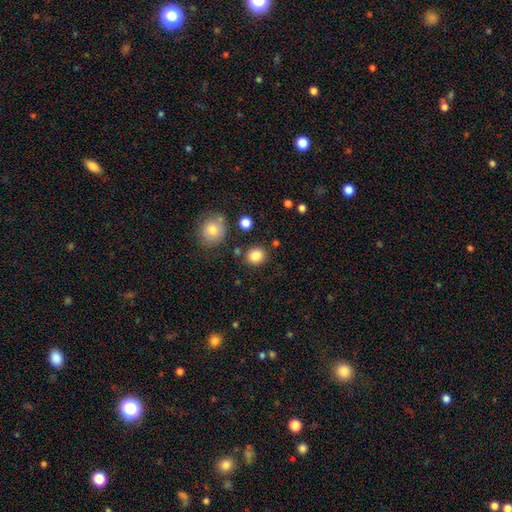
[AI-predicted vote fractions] This is clearly a smooth galaxy (84%). How rounded: clearly round (85%). Merging: clearly none (85%).